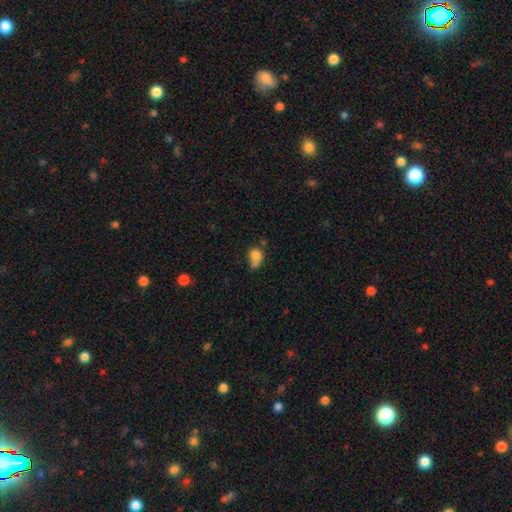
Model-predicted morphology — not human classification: Q: Smooth or featured?
A: smooth (78%); runner-up: featured or disk (11%)
Q: How rounded?
A: round (61%); runner-up: in between (38%)
Q: Merging?
A: none (33%); runner-up: merger (31%)